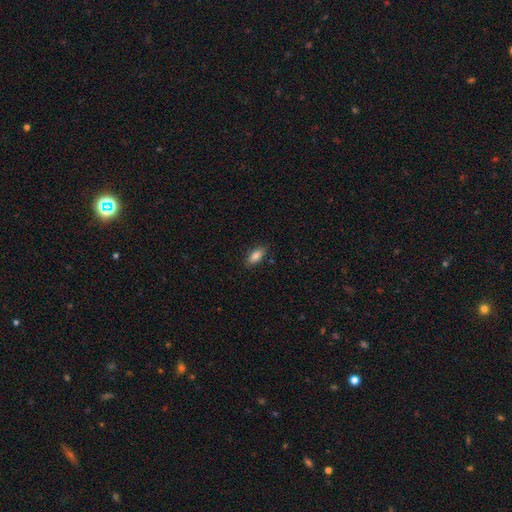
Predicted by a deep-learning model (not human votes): Morphology: type=smooth (86%); roundness=in between (86%); merging=none (85%).